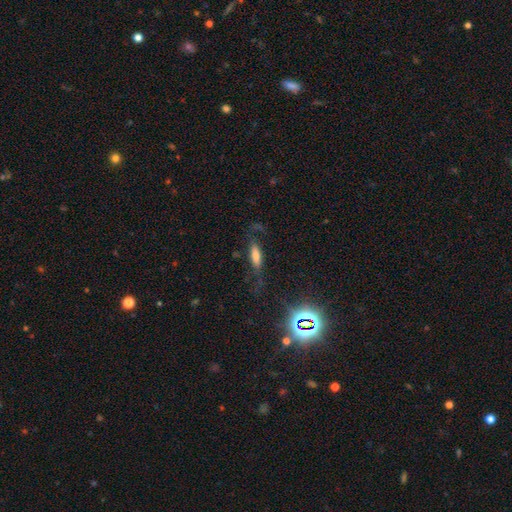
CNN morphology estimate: Overall: smooth (60%; featured or disk 26%). How rounded: cigar-shaped (55%; in between 41%). Merging: none (61%; minor disturbance 21%).